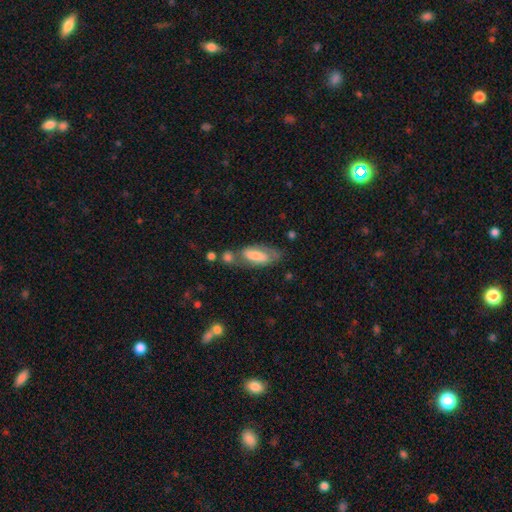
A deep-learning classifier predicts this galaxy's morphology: A smooth galaxy with no disk features (61%) that is in between round and cigar-shaped (73%).

Vote fractions:
- Smooth or featured? smooth: 61% / featured or disk: 32% / star or artifact: 7%
- How rounded? in between: 73% / cigar-shaped: 25% / round: 2%
- Merging? none: 48% / minor disturbance: 25% / merger: 15% / major disturbance: 13%